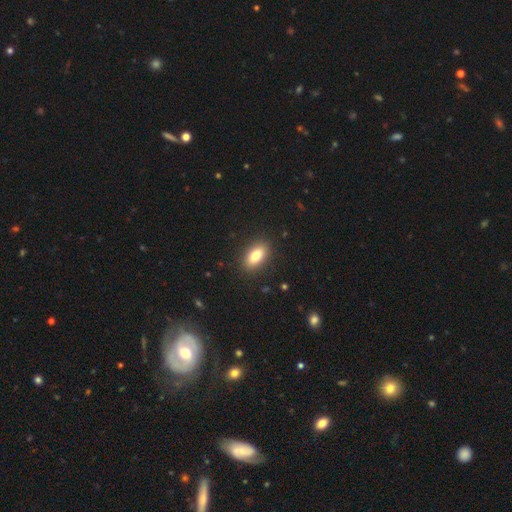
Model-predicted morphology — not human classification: smooth 81%, featured or disk 10%, star or artifact 8%. Down the decision tree: how rounded — in between (89%); merging — none (88%).